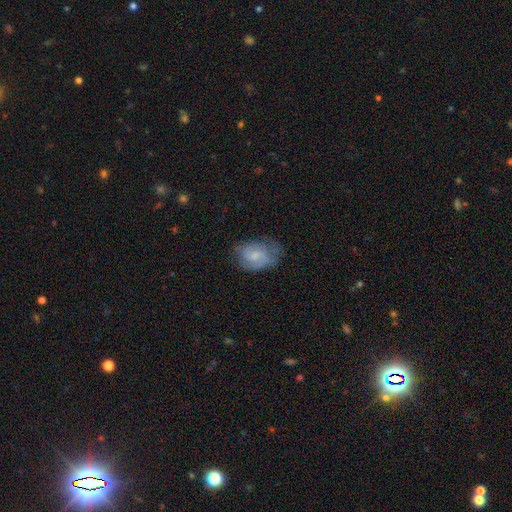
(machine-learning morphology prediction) featured or disk 63%, smooth 30%, star or artifact 7%. Down the decision tree: edge-on disk — no (97%); bar — weak (52%); spiral arms — yes (87%); spiral arm count — 2 (69%); spiral winding — medium (46%); bulge size — small (48%); merging — none (60%).